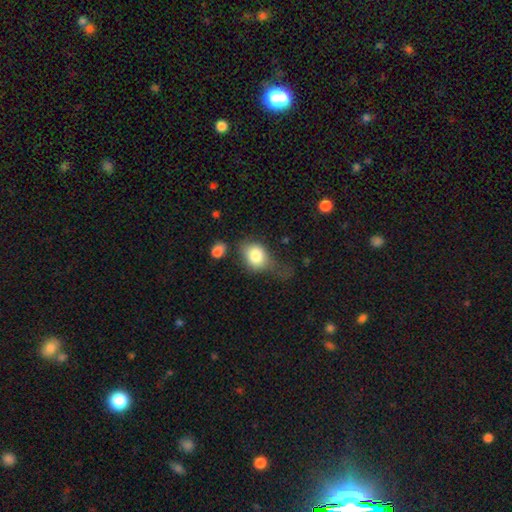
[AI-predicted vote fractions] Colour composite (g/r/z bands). It shows a smooth galaxy with no disk features (79%) that is in between round and cigar-shaped (60%). Merging: none (34%).